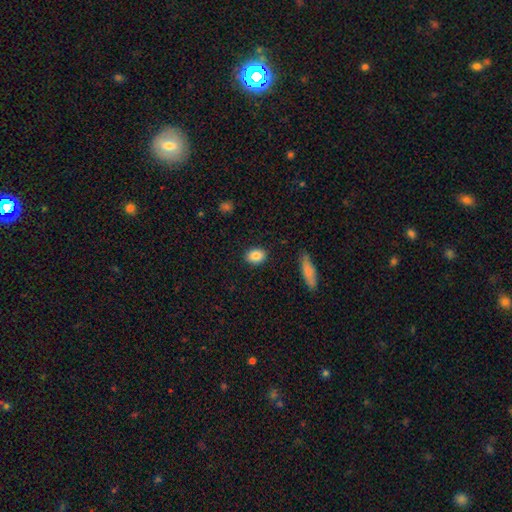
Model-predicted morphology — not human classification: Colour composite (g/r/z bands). It shows a smooth galaxy with no disk features (84%) that is in between round and cigar-shaped (61%). Merging: none (89%).